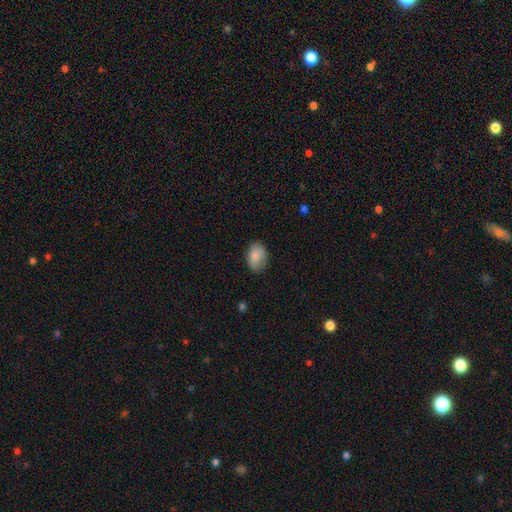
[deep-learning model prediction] Smooth or featured? Predicted: smooth (p=0.86). How rounded? Predicted: in between (p=0.82). Merging? Predicted: none (p=0.78).